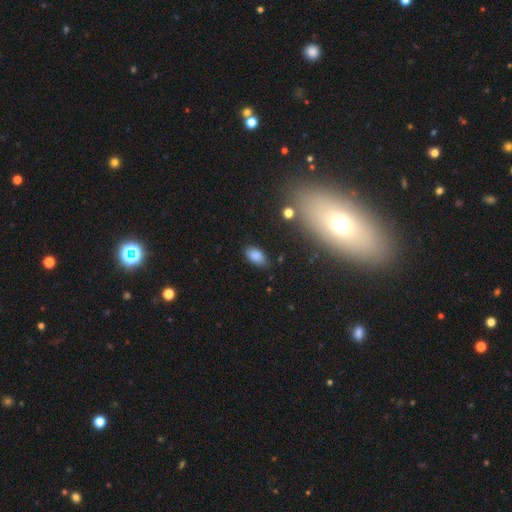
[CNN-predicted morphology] Smooth or featured? Predicted: smooth (p=0.83). How rounded? Predicted: in between (p=0.93). Merging? Predicted: none (p=0.76).